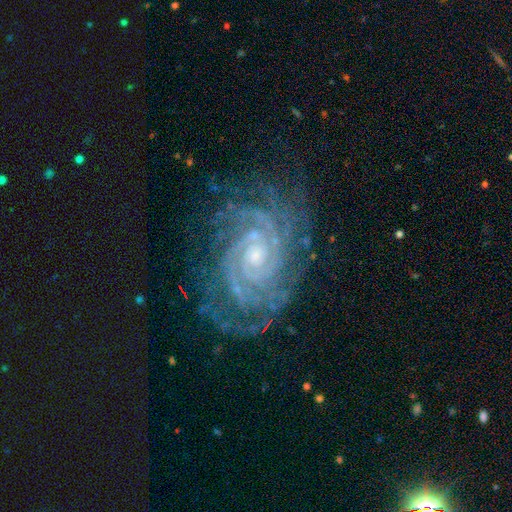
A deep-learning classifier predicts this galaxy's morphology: Q: Smooth or featured?
A: featured or disk (91%); runner-up: star or artifact (6%)
Q: Edge-on disk?
A: no (97%); runner-up: yes (3%)
Q: Bar?
A: no (63%); runner-up: weak (27%)
Q: Spiral arms?
A: yes (99%); runner-up: no (1%)
Q: Spiral winding?
A: tight (81%); runner-up: medium (17%)
Q: Spiral arm count?
A: 2 (26%); runner-up: can't tell (19%)
Q: Bulge size?
A: small (56%); runner-up: moderate (39%)
Q: Merging?
A: none (77%); runner-up: minor disturbance (15%)